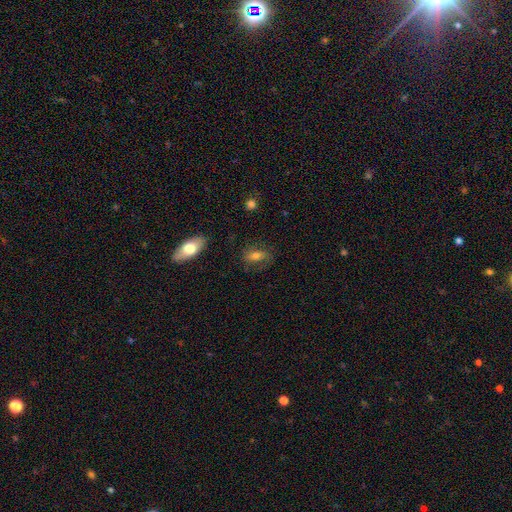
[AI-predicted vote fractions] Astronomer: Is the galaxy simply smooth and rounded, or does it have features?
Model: smooth — 61%.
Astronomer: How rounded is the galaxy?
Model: in between — 78%.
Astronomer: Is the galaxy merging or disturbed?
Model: none — 72%.